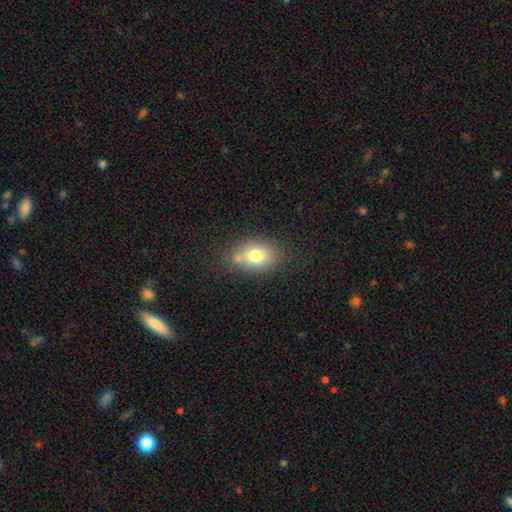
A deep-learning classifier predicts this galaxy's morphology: smooth_or_featured: smooth (p=0.75) [alt: featured or disk p=0.14]
how_rounded: in between (p=0.71) [alt: round p=0.28]
merging: none (p=0.67) [alt: minor disturbance p=0.16]